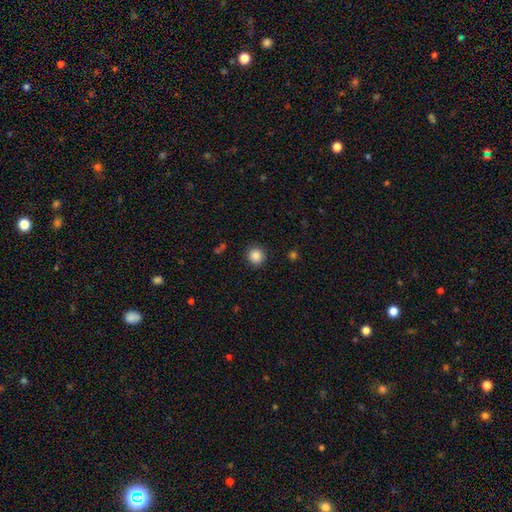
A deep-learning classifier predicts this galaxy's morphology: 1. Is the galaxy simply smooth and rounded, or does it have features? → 87% smooth, 10% star or artifact, 3% featured or disk.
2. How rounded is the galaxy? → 93% round, 6% in between, 1% cigar-shaped.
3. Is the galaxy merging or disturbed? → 88% none, 8% minor disturbance, 3% major disturbance, 1% merger.